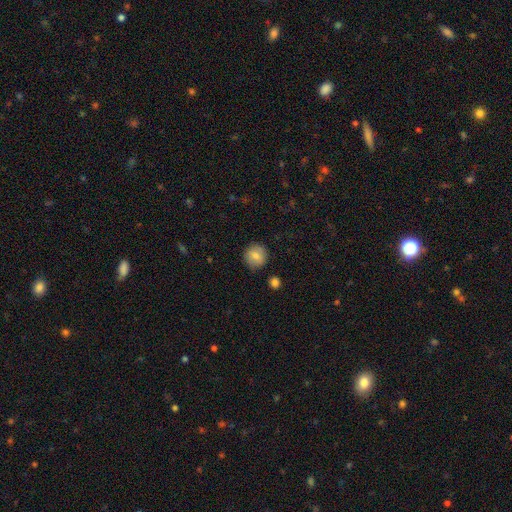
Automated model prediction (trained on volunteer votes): smooth_or_featured: smooth (p=0.81) [alt: featured or disk p=0.11]
how_rounded: round (p=0.91) [alt: in between p=0.08]
merging: none (p=0.87) [alt: minor disturbance p=0.09]